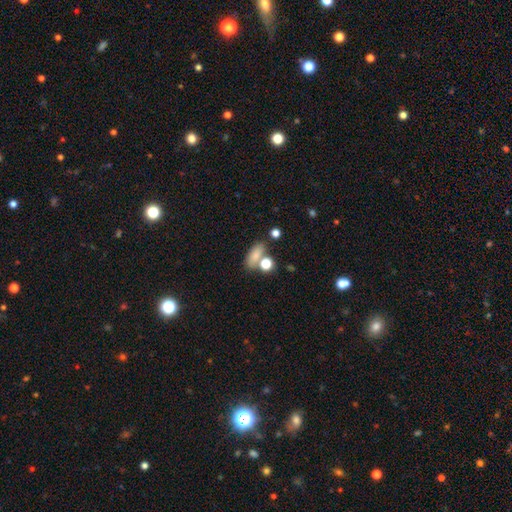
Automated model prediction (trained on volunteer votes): Smooth or featured?
  - smooth: 77% *
  - star or artifact: 12%
  - featured or disk: 11%
How rounded?
  - in between: 74% *
  - round: 14%
  - cigar-shaped: 11%
Merging?
  - none: 56% *
  - merger: 23%
  - minor disturbance: 14%
  - major disturbance: 7%